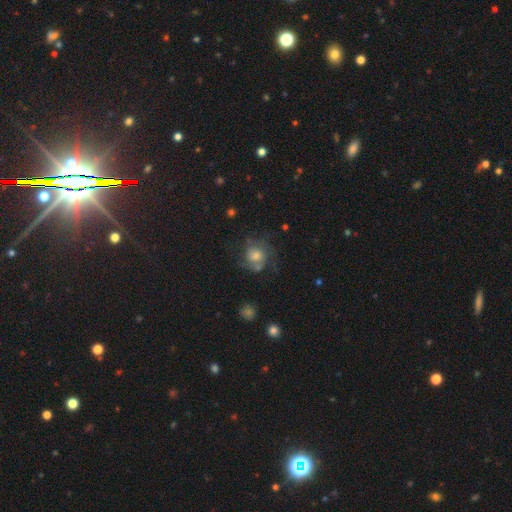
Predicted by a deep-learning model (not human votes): Q: Smooth or featured?
A: featured or disk (52%); runner-up: smooth (33%)
Q: Edge-on disk?
A: no (97%); runner-up: yes (3%)
Q: Bar?
A: no (75%); runner-up: weak (21%)
Q: Spiral arms?
A: yes (82%); runner-up: no (18%)
Q: Bulge size?
A: moderate (50%); runner-up: large (25%)
Q: Merging?
A: none (61%); runner-up: minor disturbance (19%)